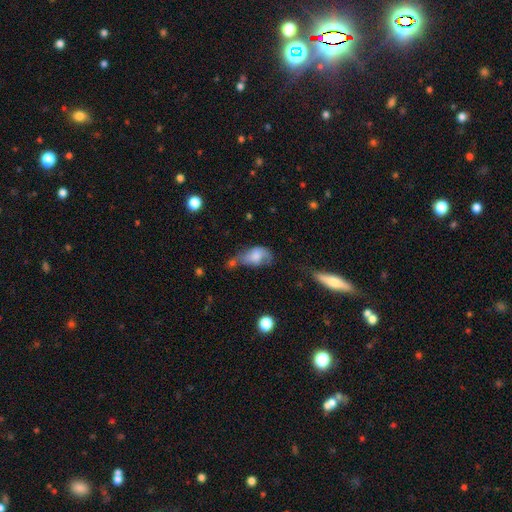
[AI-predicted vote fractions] Smooth or featured: smooth — 62% (featured or disk — 29%)
How rounded: in between — 86% (round — 10%)
Merging: major disturbance — 31% (minor disturbance — 28%)